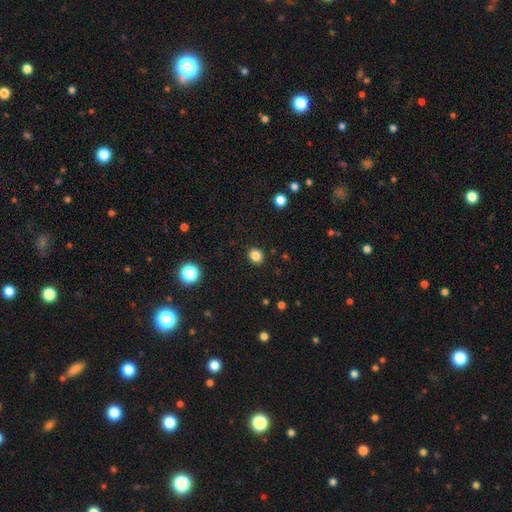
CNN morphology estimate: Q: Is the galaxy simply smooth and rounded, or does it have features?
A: smooth — 84%.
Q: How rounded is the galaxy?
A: round — 69%.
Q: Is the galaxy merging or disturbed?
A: none — 91%.